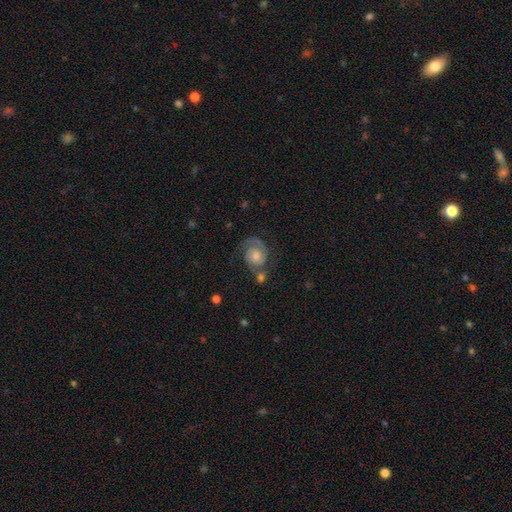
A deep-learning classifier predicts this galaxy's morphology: The model was most divided on "bulge size": moderate: 50%, small: 32%, large: 10%, none: 6%, dominant: 2%. More confident: edge-on disk — no (98%); spiral arms — yes (96%); smooth or featured — featured or disk (81%); bar — no (73%); merging — none (62%); spiral arm count — 2 (59%); spiral winding — tight (54%).